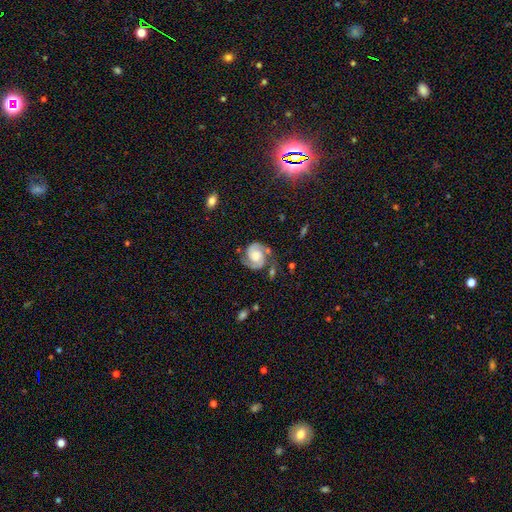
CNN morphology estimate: Smooth or featured?
  - featured or disk: 86% *
  - smooth: 8%
  - star or artifact: 6%
Edge-on disk?
  - no: 98% *
  - yes: 2%
Bar?
  - no: 64% *
  - weak: 28%
  - strong: 8%
Spiral arms?
  - yes: 98% *
  - no: 2%
Spiral winding?
  - tight: 45% * (tied)
  - medium: 45% * (tied)
  - loose: 10%
Spiral arm count?
  - 2: 92% *
  - can't tell: 3%
  - 1: 2%
  - 3: 2%
  - 4: 1%
  - more than 4: 1%
Bulge size?
  - moderate: 47% *
  - small: 25%
  - large: 16%
  - none: 9%
  - dominant: 3%
Merging?
  - none: 73% *
  - minor disturbance: 16%
  - major disturbance: 7%
  - merger: 4%